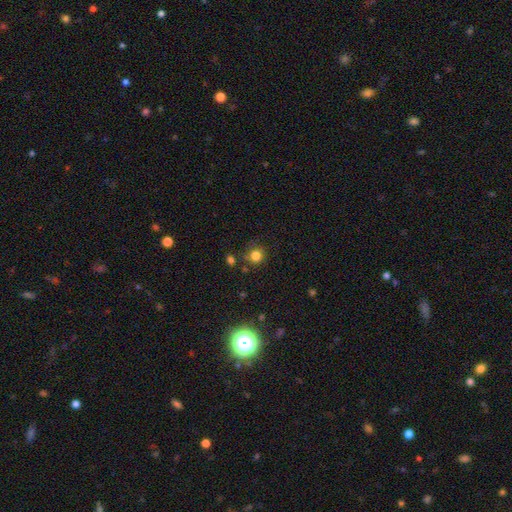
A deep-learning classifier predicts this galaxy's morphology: A smooth galaxy with no disk features (80%) that is round (89%).

Vote fractions:
- Smooth or featured? smooth: 80% / star or artifact: 14% / featured or disk: 6%
- How rounded? round: 89% / in between: 10% / cigar-shaped: 1%
- Merging? none: 77% / minor disturbance: 12% / merger: 7% / major disturbance: 4%